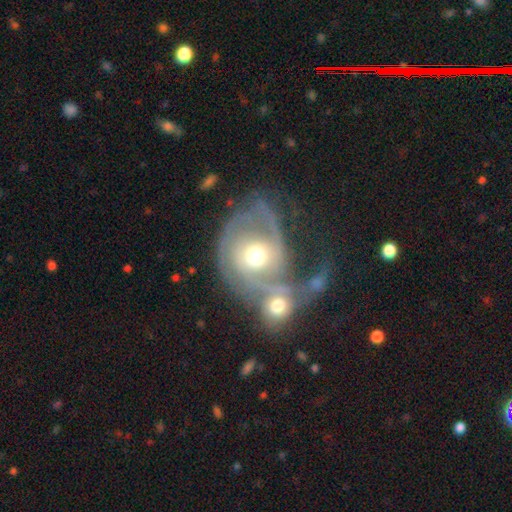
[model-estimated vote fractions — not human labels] Overall: featured or disk (71%). Edge-on disk: no (97%). Bar: no (76%). Spiral arms: yes (79%). Spiral arm count: 2 (45%; can't tell 28%). Spiral winding: tight (41%; medium 36%). Bulge size: moderate (68%). Merging: merger (64%).